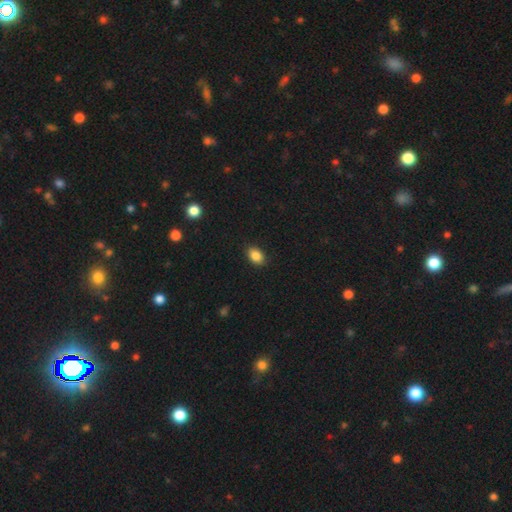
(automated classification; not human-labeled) This appears to be a smooth galaxy with no disk features (87%) that is in between round and cigar-shaped (84%). Merging: none (88%).